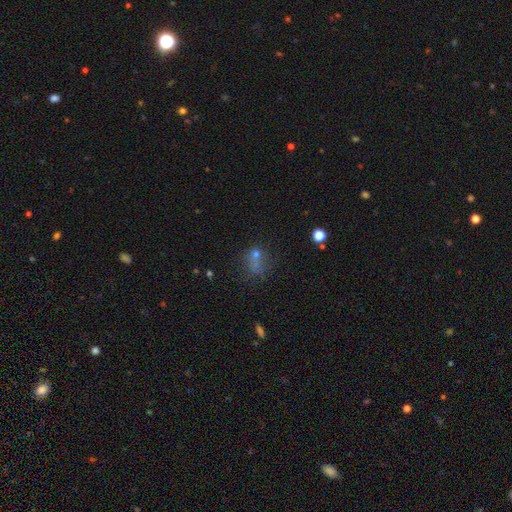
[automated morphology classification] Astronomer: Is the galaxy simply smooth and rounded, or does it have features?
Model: smooth — 52% (runner-up: star or artifact, 29%).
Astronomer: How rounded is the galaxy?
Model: in between — 48%, tied with round at 48%.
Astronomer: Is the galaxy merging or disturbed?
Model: none — 42% (runner-up: major disturbance, 25%).